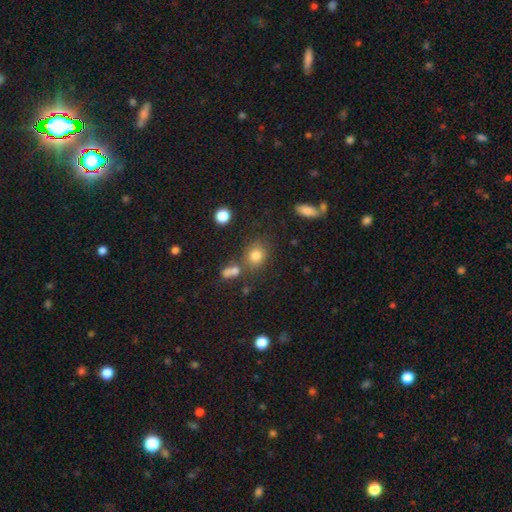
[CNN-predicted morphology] This is likely a smooth galaxy (78%). How rounded: likely round (70%). Merging: likely none (70%).